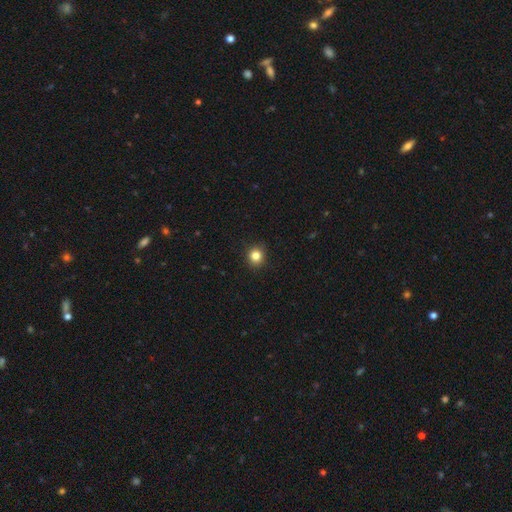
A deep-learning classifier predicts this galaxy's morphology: type=smooth (83%); roundness=round (87%); merging=none (91%).